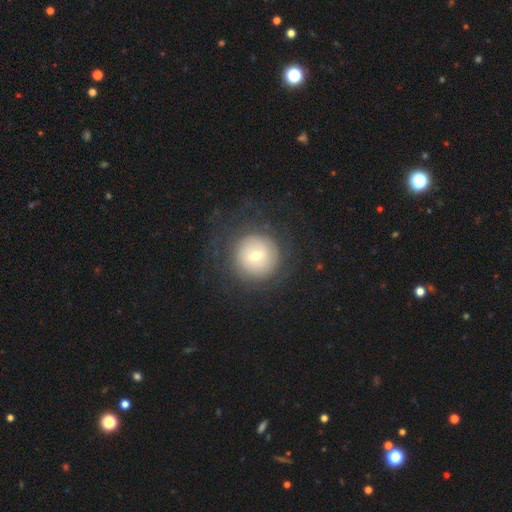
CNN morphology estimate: Q: Smooth or featured?
A: smooth (55%); runner-up: featured or disk (34%)
Q: How rounded?
A: round (95%); runner-up: in between (4%)
Q: Merging?
A: none (78%); runner-up: minor disturbance (11%)